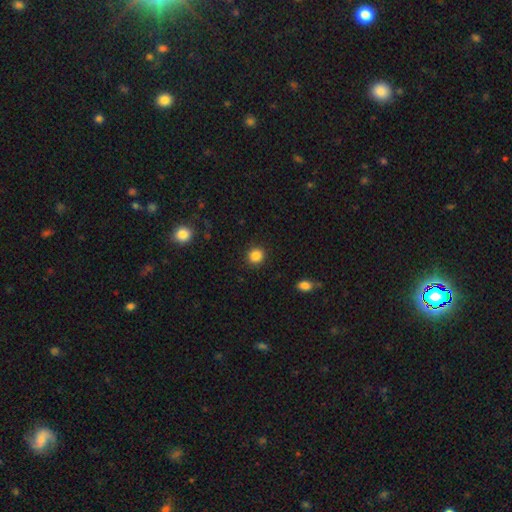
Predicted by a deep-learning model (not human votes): smooth-or-featured: smooth: 86% | star or artifact: 10% | featured or disk: 3%
  how-rounded: round: 90% | in between: 9% | cigar-shaped: 1%
  merging: none: 91% | minor disturbance: 6% | major disturbance: 2% | merger: 1%